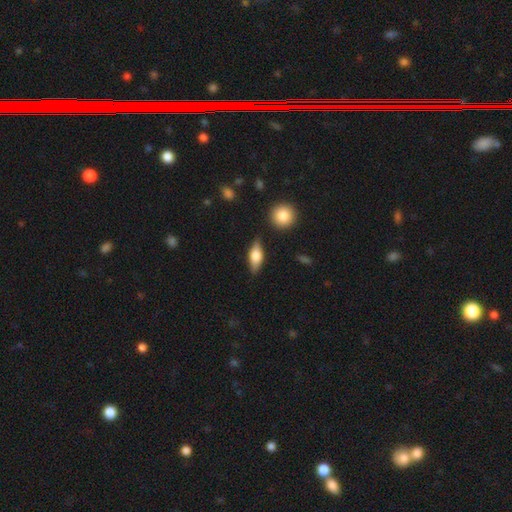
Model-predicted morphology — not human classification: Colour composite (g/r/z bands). It shows a smooth galaxy with no disk features (55%) that is in between round and cigar-shaped (72%). Merging: none (82%).